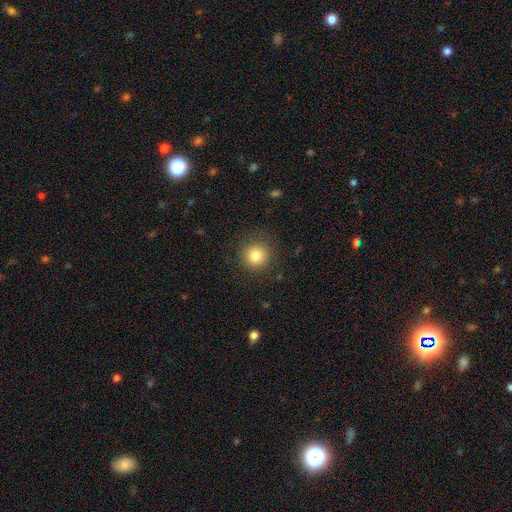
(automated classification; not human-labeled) This is clearly a smooth galaxy (82%). How rounded: clearly round (94%). Merging: clearly none (88%).